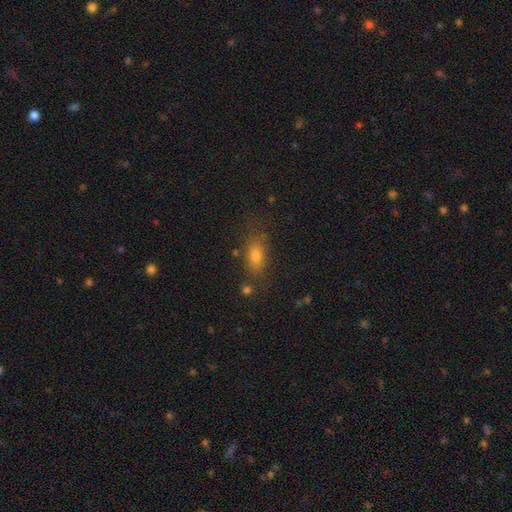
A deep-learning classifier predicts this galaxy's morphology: Smooth or featured: smooth — 71% (star or artifact — 16%)
How rounded: in between — 73% (cigar-shaped — 15%)
Merging: none — 74% (minor disturbance — 16%)